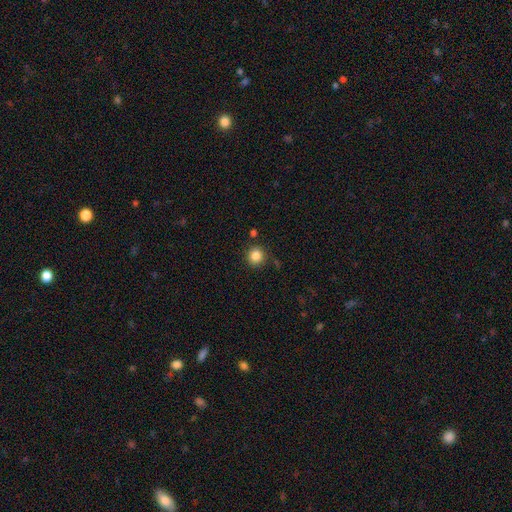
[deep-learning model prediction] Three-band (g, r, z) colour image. It shows a smooth galaxy with no disk features (85%) that is round (92%). Merging: none (85%).